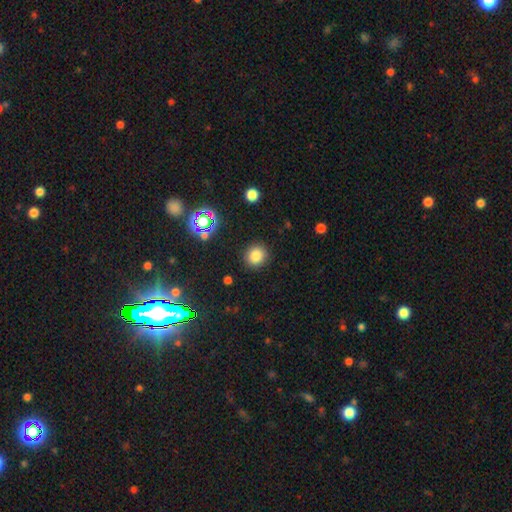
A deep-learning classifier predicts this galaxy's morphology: Smooth or featured?
  - smooth: 81% *
  - star or artifact: 14%
  - featured or disk: 5%
How rounded?
  - round: 84% *
  - in between: 15%
  - cigar-shaped: 1%
Merging?
  - none: 88% *
  - minor disturbance: 7%
  - major disturbance: 3%
  - merger: 2%